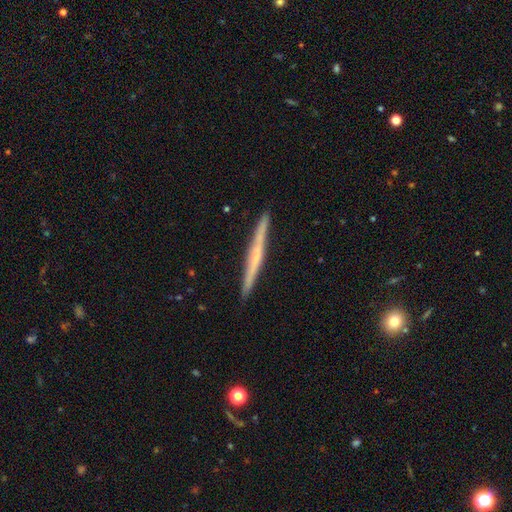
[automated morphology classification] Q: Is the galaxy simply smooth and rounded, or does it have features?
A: featured or disk — 61%.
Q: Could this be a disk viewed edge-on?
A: yes — 98%.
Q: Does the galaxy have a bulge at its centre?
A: none — 62%.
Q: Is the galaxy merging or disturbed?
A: none — 92%.